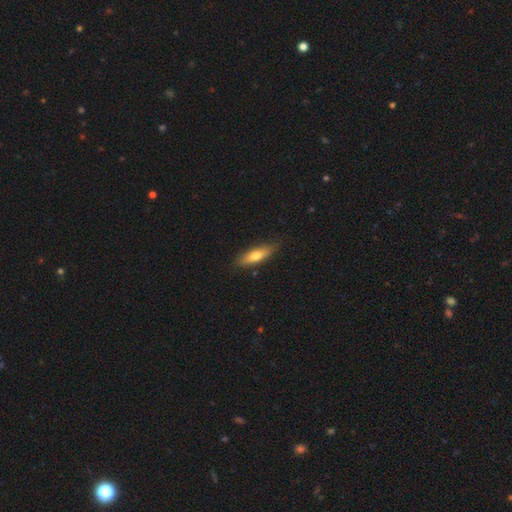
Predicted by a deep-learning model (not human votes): Q: Smooth or featured?
A: smooth (69%); runner-up: featured or disk (25%)
Q: How rounded?
A: cigar-shaped (53%); runner-up: in between (45%)
Q: Merging?
A: none (84%); runner-up: minor disturbance (13%)